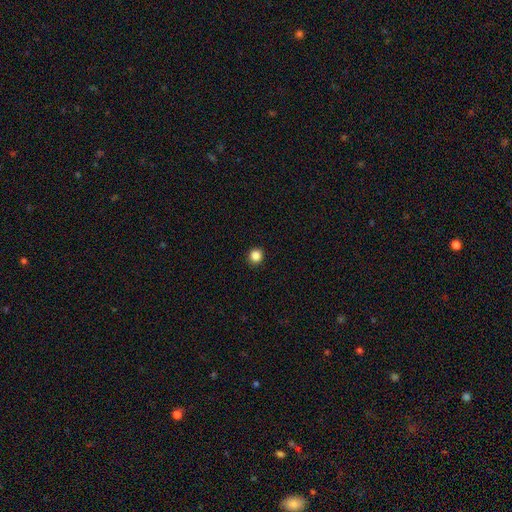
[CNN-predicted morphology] A smooth galaxy with no disk features (86%) that is round (92%).

Vote fractions:
- Smooth or featured? smooth: 86% / star or artifact: 11% / featured or disk: 3%
- How rounded? round: 92% / in between: 7% / cigar-shaped: 1%
- Merging? none: 93% / minor disturbance: 5% / major disturbance: 2% / merger: 1%